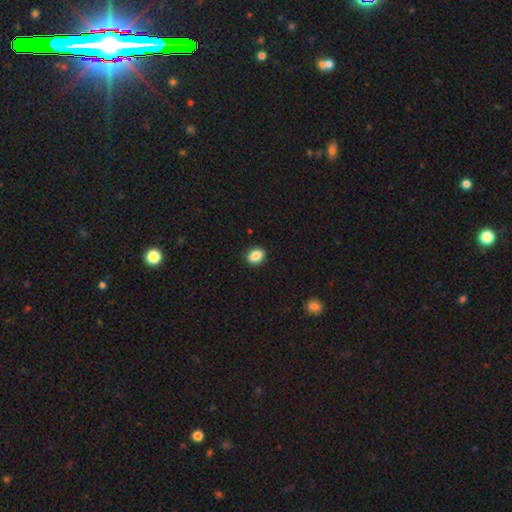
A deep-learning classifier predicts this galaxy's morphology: A smooth galaxy with no disk features (87%) that is in between round and cigar-shaped (63%).

Vote fractions:
- Smooth or featured? smooth: 87% / star or artifact: 9% / featured or disk: 4%
- How rounded? in between: 63% / round: 35% / cigar-shaped: 1%
- Merging? none: 90% / minor disturbance: 7% / major disturbance: 2% / merger: 1%